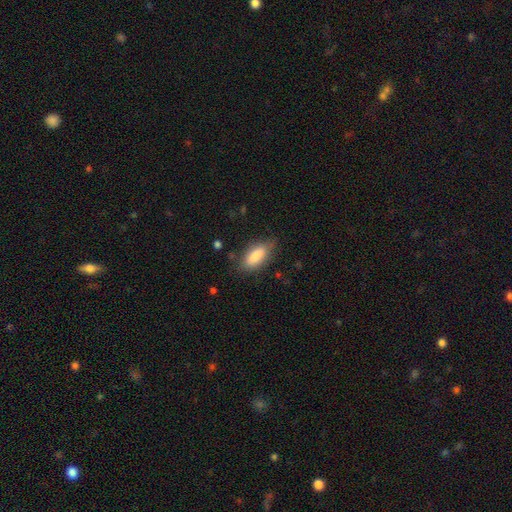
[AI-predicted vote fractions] Smooth or featured? smooth (83%)
How rounded? in between (80%)
Merging? none (73%)